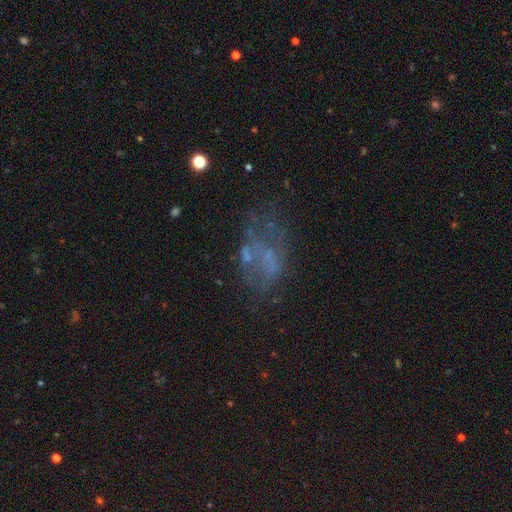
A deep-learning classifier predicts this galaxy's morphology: Smooth or featured?
  - featured or disk: 52% *
  - smooth: 26%
  - star or artifact: 21%
Edge-on disk?
  - no: 97% *
  - yes: 3%
Bar?
  - no: 87% *
  - weak: 10%
  - strong: 3%
Spiral arms?
  - no: 89% *
  - yes: 11%
Bulge size?
  - none: 69% *
  - small: 21%
  - moderate: 8%
  - large: 2%
  - dominant: 1%
Merging?
  - none: 41% *
  - major disturbance: 29%
  - minor disturbance: 19%
  - merger: 11%